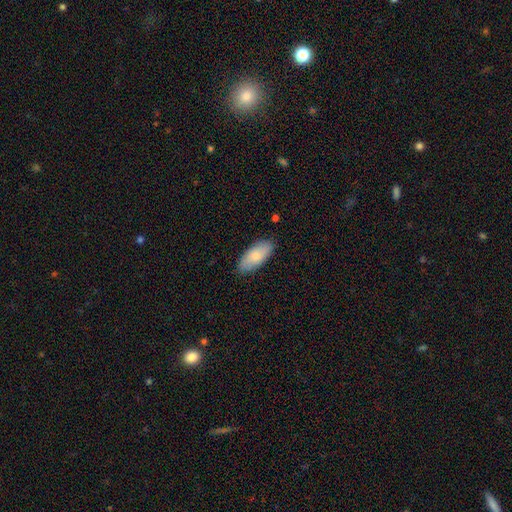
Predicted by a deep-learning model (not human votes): This is likely a smooth galaxy (78%). How rounded: clearly in between (89%). Merging: clearly none (86%).